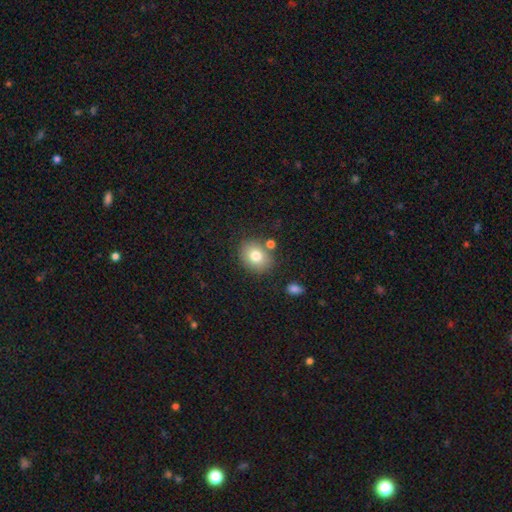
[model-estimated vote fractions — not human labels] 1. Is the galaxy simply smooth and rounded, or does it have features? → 78% smooth, 12% featured or disk, 10% star or artifact.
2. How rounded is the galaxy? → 55% round, 44% in between, 1% cigar-shaped.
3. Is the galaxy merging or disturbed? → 77% none, 11% minor disturbance, 8% merger, 3% major disturbance.